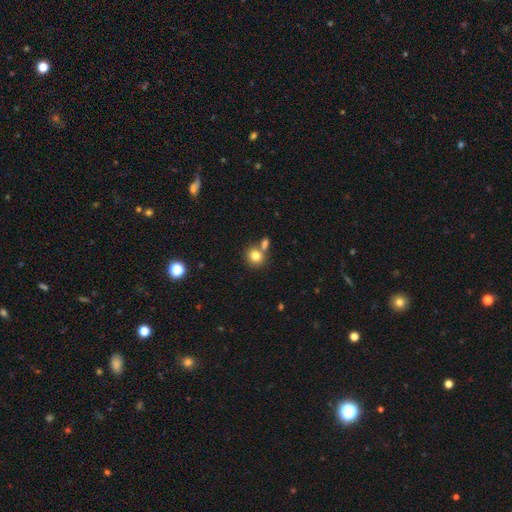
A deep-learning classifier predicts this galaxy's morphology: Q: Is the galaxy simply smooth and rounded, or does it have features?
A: smooth — 81%.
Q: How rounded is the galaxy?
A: round — 76%.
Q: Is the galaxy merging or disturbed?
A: none — 59%.